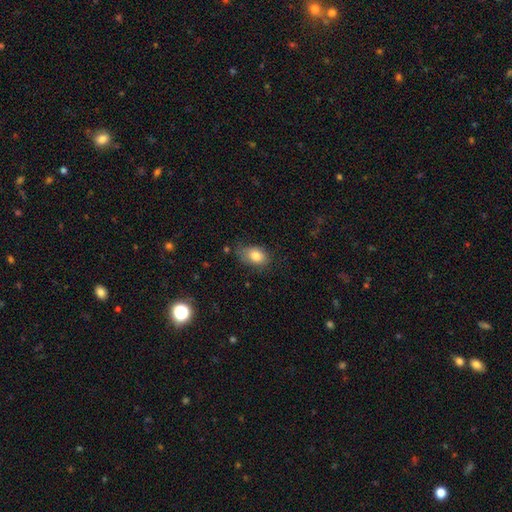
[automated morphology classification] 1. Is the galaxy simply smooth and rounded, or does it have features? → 82% smooth, 10% featured or disk, 8% star or artifact.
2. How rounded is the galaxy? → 83% in between, 16% round, 1% cigar-shaped.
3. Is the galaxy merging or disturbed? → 61% none, 29% minor disturbance, 8% major disturbance, 2% merger.